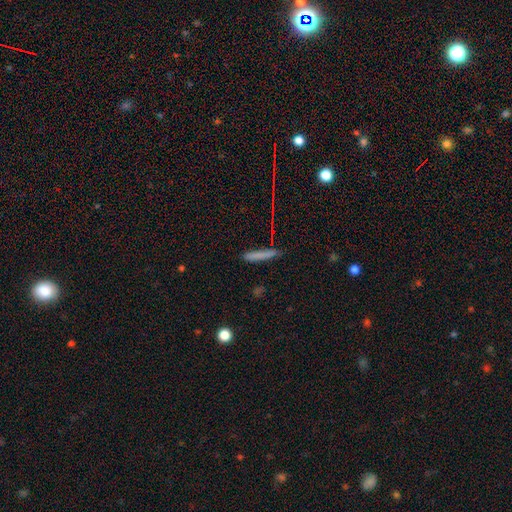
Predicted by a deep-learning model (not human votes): smooth 74%, featured or disk 16%, star or artifact 10%. Down the decision tree: how rounded — cigar-shaped (93%); merging — none (81%).